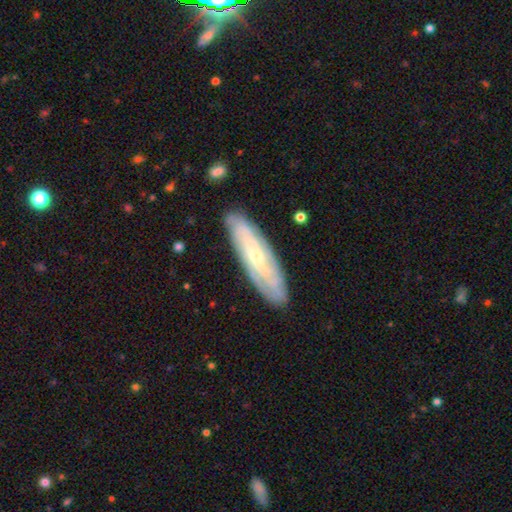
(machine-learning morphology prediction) This appears to be a featured or disk galaxy (72%) with no bar (49%), spiral arms (87%) and a small central bulge (63%). Merging: none (84%).